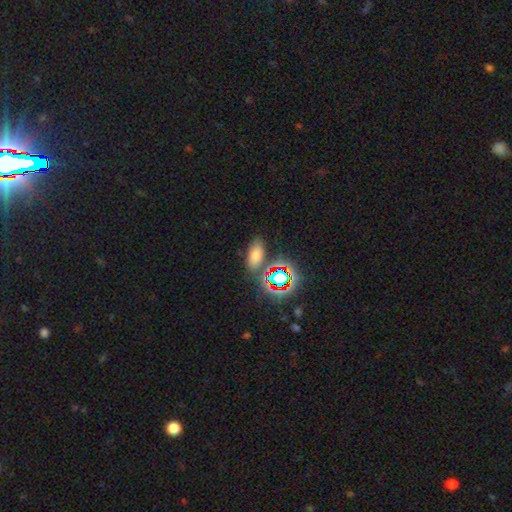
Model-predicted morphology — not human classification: Q: Smooth or featured?
A: smooth (64%); runner-up: star or artifact (25%)
Q: How rounded?
A: in between (88%); runner-up: round (8%)
Q: Merging?
A: none (74%); runner-up: minor disturbance (14%)